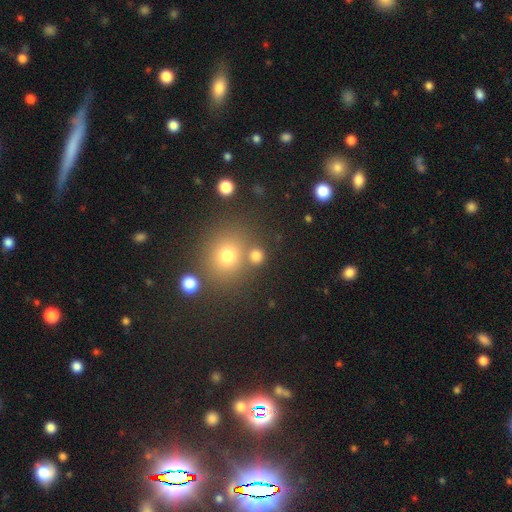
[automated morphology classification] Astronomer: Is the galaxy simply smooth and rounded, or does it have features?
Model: smooth — 75%.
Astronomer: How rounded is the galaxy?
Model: round — 83%.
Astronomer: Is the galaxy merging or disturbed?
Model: none — 72%.